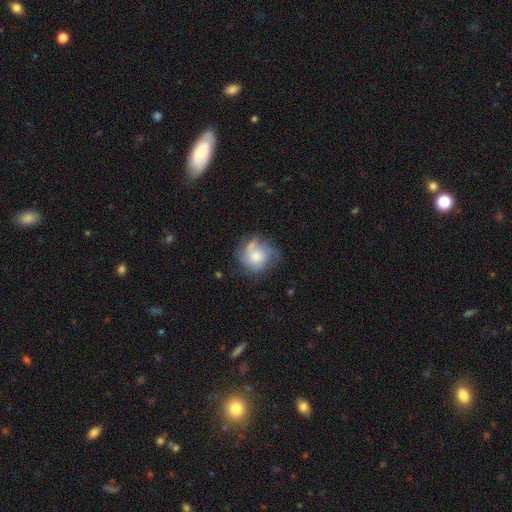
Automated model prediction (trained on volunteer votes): This appears to be a smooth galaxy with no disk features (47%). Merging: none (54%).